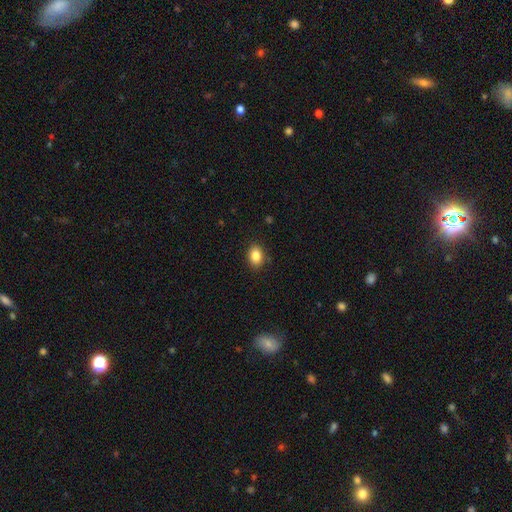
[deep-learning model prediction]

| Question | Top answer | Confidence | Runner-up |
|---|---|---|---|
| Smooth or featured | smooth | 85% | star or artifact (9%) |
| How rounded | in between | 74% | round (25%) |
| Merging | none | 87% | minor disturbance (9%) |